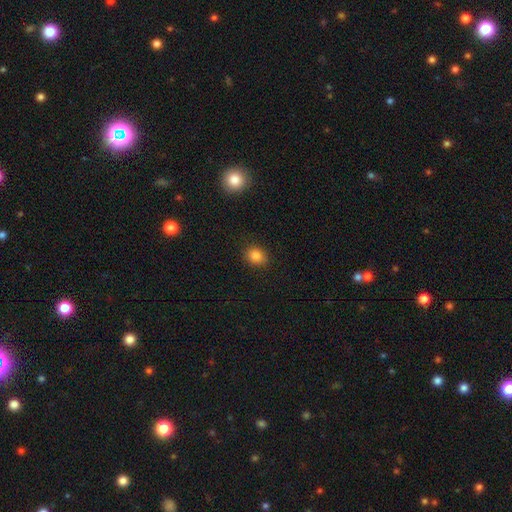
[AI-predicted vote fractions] smooth_or_featured: smooth (p=0.85) [alt: star or artifact p=0.11]
how_rounded: round (p=0.55) [alt: in between p=0.44]
merging: none (p=0.88) [alt: minor disturbance p=0.09]